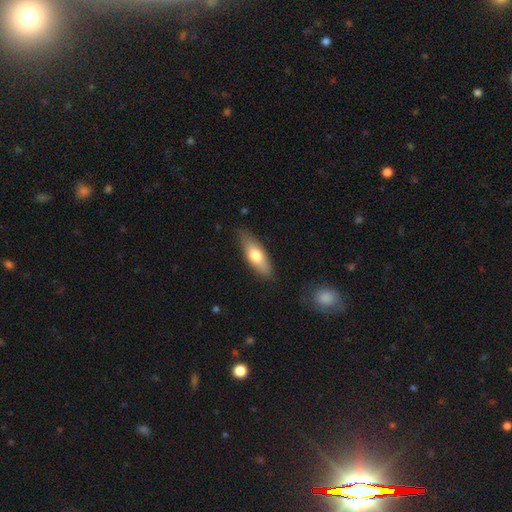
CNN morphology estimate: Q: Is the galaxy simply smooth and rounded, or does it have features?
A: smooth — 68%.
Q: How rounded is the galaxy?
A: in between — 63%.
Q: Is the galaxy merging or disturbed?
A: none — 81%.